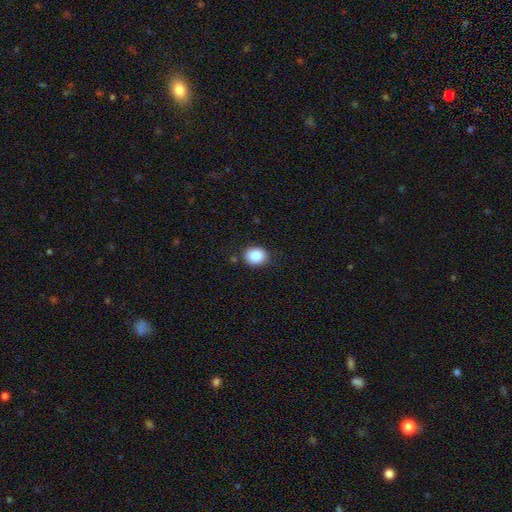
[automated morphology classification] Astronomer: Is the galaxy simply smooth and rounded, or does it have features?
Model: smooth — 86%.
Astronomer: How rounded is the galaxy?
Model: round — 57% (runner-up: in between, 42%).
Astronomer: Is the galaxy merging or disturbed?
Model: none — 85%.